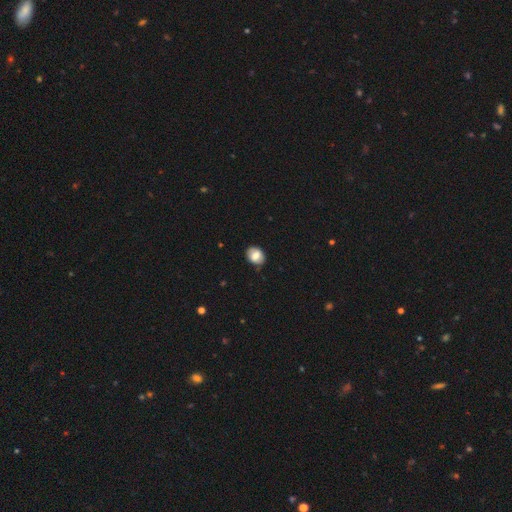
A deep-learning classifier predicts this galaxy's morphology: The model was most divided on "how rounded": in between: 57%, round: 42%, cigar-shaped: 1%. More confident: merging — none (79%); smooth or featured — smooth (75%).